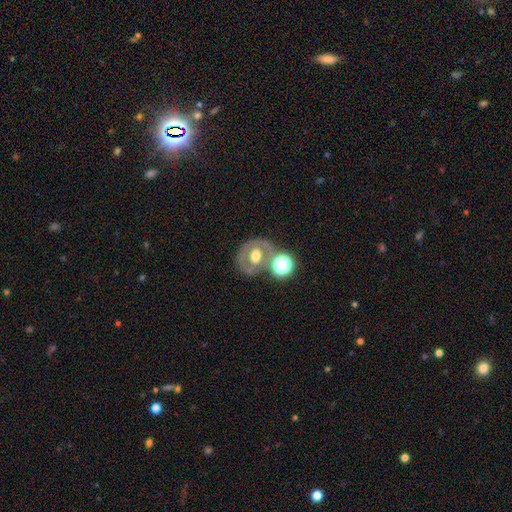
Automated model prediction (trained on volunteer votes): featured or disk 52%, smooth 36%, star or artifact 12%. Down the decision tree: edge-on disk — no (94%); merging — none (56%).